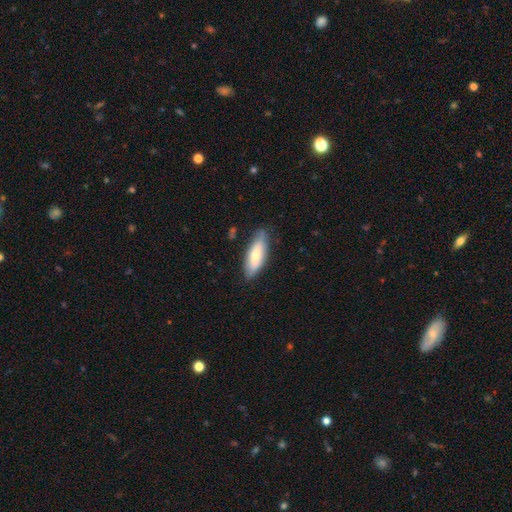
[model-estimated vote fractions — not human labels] smooth-or-featured: smooth: 68% | featured or disk: 26% | star or artifact: 6%
  how-rounded: in between: 64% | cigar-shaped: 34% | round: 2%
  merging: none: 74% | minor disturbance: 21% | major disturbance: 4% | merger: 2%